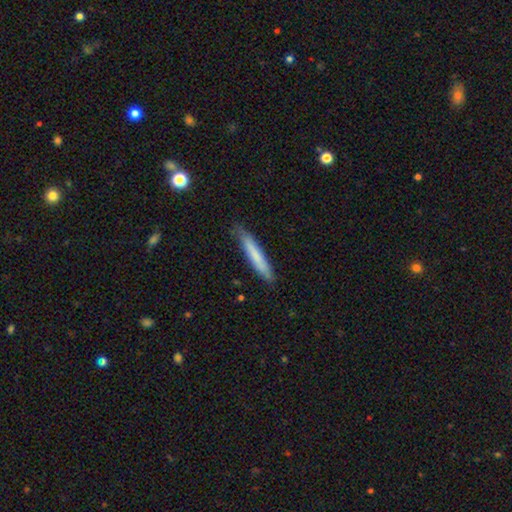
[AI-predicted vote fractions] This is likely a smooth galaxy (73%). How rounded: clearly cigar-shaped (94%). Merging: clearly none (81%).